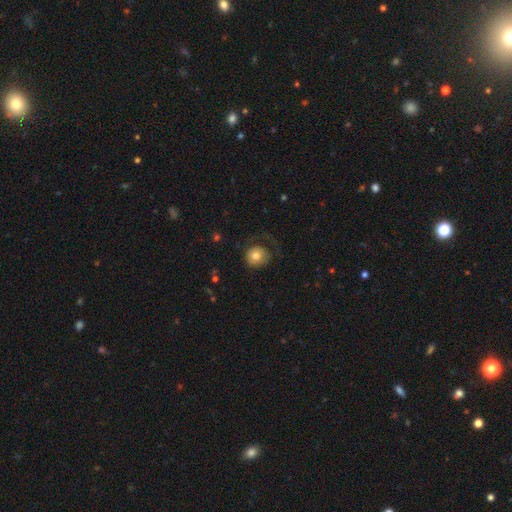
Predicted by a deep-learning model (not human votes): Q: Smooth or featured?
A: smooth (76%); runner-up: featured or disk (16%)
Q: How rounded?
A: round (89%); runner-up: in between (10%)
Q: Merging?
A: none (56%); runner-up: major disturbance (25%)